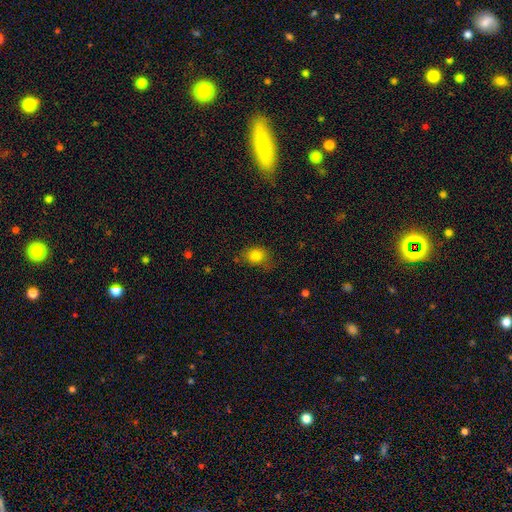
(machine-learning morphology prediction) A smooth galaxy with no disk features (82%) that is in between round and cigar-shaped (51%).

Vote fractions:
- Smooth or featured? smooth: 82% / star or artifact: 11% / featured or disk: 7%
- How rounded? in between: 51% / round: 47% / cigar-shaped: 1%
- Merging? none: 65% / minor disturbance: 25% / major disturbance: 8% / merger: 2%